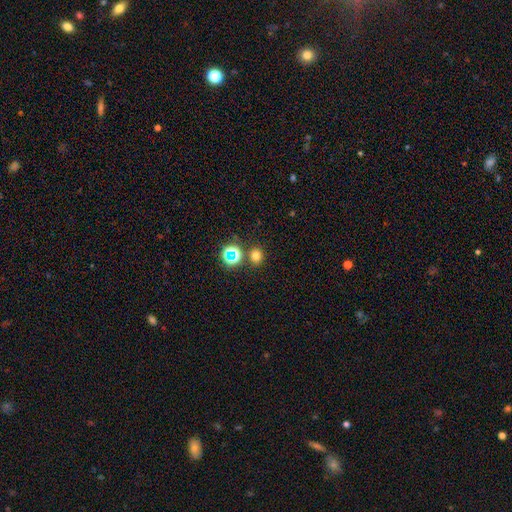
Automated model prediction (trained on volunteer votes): Smooth or featured?
  - smooth: 70% *
  - star or artifact: 24%
  - featured or disk: 6%
How rounded?
  - round: 73% *
  - in between: 26%
  - cigar-shaped: 1%
Merging?
  - none: 80% *
  - merger: 10%
  - minor disturbance: 8%
  - major disturbance: 3%